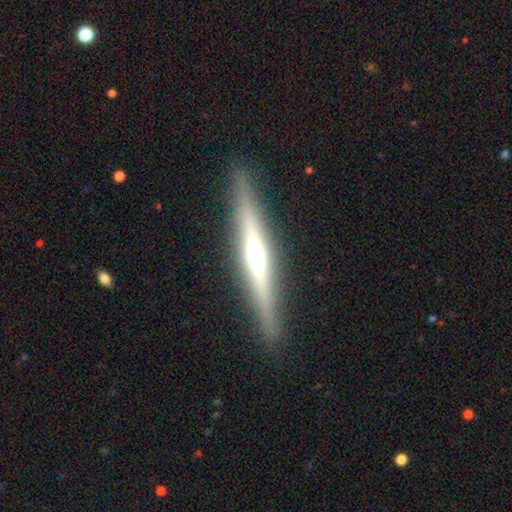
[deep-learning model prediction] Smooth or featured? Predicted: featured or disk (p=0.72). Edge-on disk? Predicted: yes (p=0.96). Edge-on bulge? Predicted: rounded (p=0.88). Merging? Predicted: none (p=0.89).